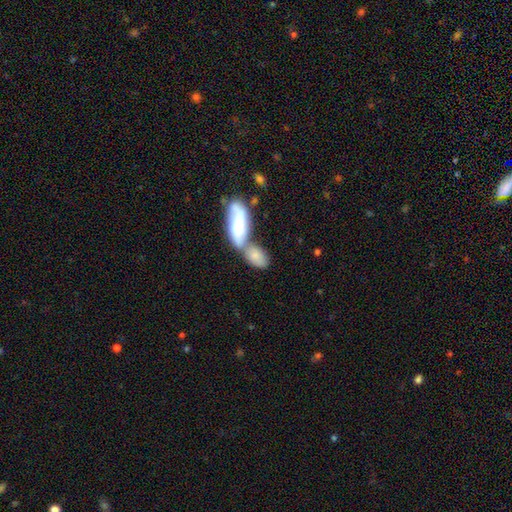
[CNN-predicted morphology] Smooth or featured: smooth — 76% (featured or disk — 18%)
How rounded: in between — 86% (cigar-shaped — 10%)
Merging: merger — 64% (none — 22%)